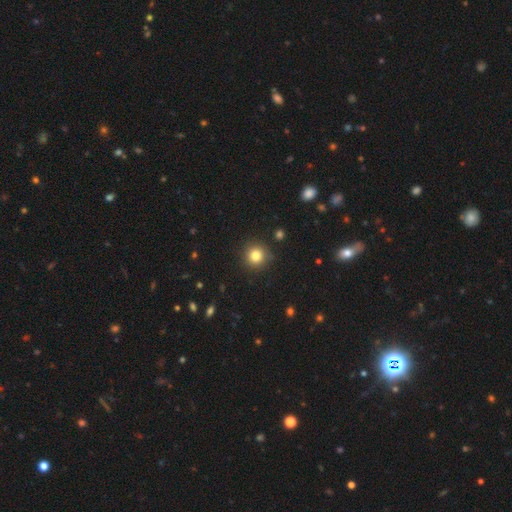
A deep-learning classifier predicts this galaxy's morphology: Smooth or featured? Predicted: smooth (p=0.82). How rounded? Predicted: round (p=0.94). Merging? Predicted: none (p=0.89).